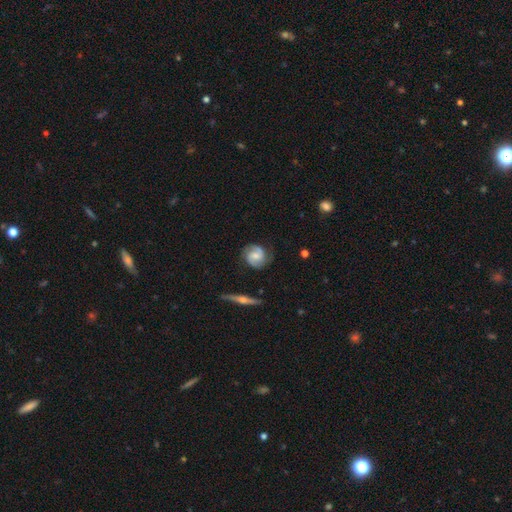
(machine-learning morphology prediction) featured or disk 77%, smooth 17%, star or artifact 6%. Down the decision tree: edge-on disk — no (96%); bar — no (50%); spiral arms — yes (96%); spiral arm count — 2 (88%); spiral winding — medium (46%); bulge size — moderate (42%); merging — none (79%).